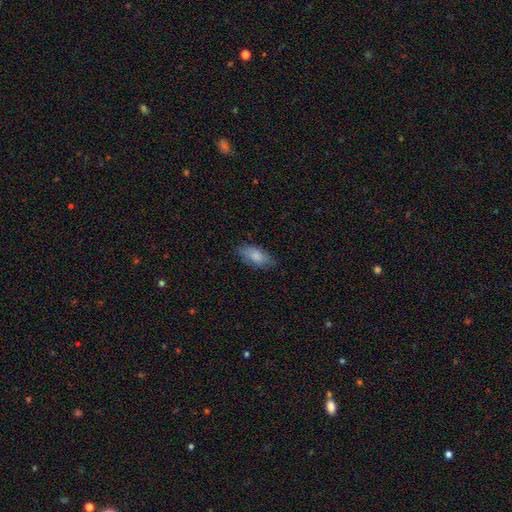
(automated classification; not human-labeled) Smooth or featured? Predicted: smooth (p=0.81). How rounded? Predicted: in between (p=0.90). Merging? Predicted: none (p=0.75).